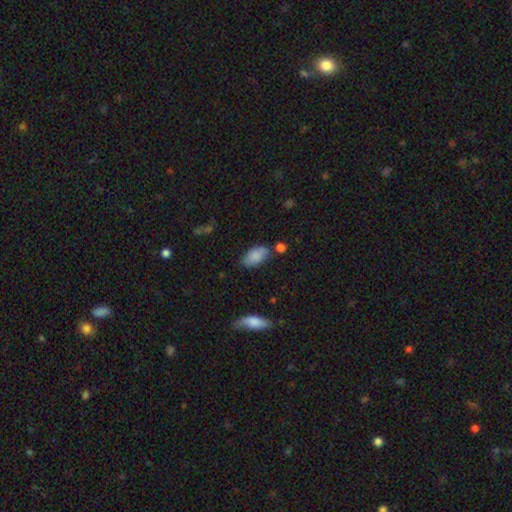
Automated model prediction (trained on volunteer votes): smooth 83%, featured or disk 10%, star or artifact 7%. Down the decision tree: how rounded — in between (93%); merging — none (63%).